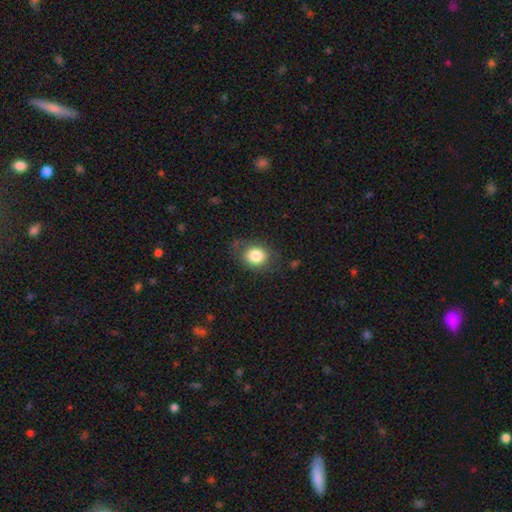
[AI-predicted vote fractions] This is clearly a smooth galaxy (81%). How rounded: possibly round (60%). Merging: likely none (73%).